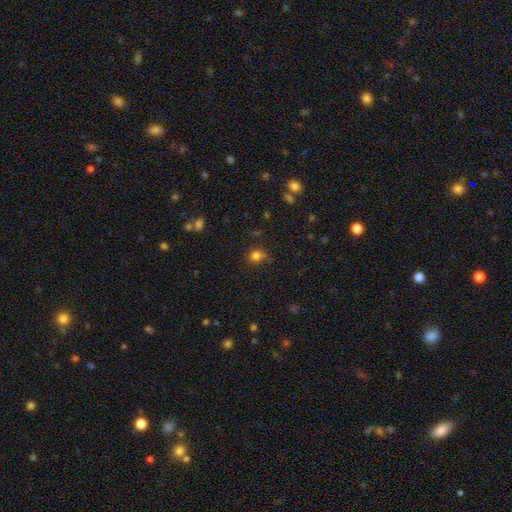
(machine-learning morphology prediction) Smooth or featured? smooth (80%)
How rounded? round (84%)
Merging? none (77%)